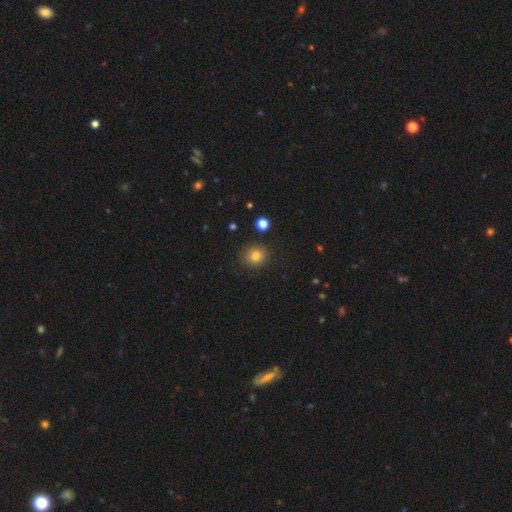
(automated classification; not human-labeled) Smooth or featured?
  - smooth: 83% *
  - star or artifact: 11%
  - featured or disk: 5%
How rounded?
  - round: 87% *
  - in between: 12%
  - cigar-shaped: 1%
Merging?
  - none: 87% *
  - minor disturbance: 8%
  - major disturbance: 3%
  - merger: 2%